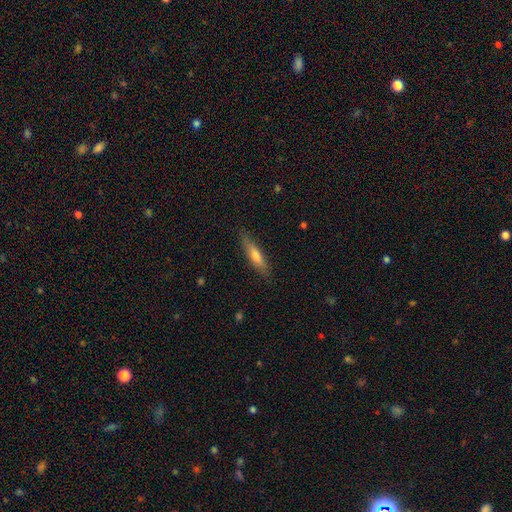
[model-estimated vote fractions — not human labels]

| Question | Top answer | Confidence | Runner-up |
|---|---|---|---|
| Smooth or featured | smooth | 56% | featured or disk (38%) |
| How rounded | cigar-shaped | 81% | in between (17%) |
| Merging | none | 84% | minor disturbance (13%) |